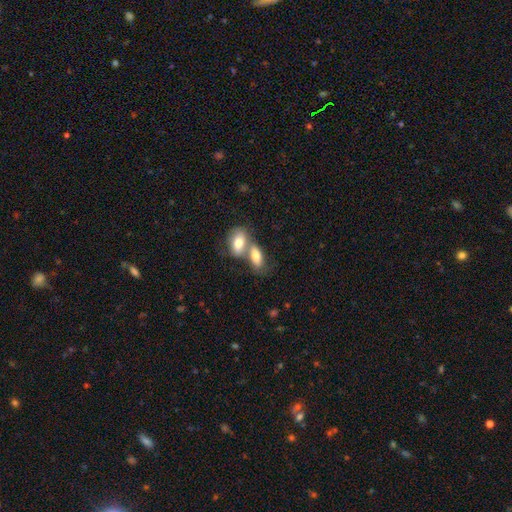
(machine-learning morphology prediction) The model was most divided on "merging": merger: 66%, none: 23%, minor disturbance: 7%, major disturbance: 4%. More confident: how rounded — in between (87%); smooth or featured — smooth (75%).